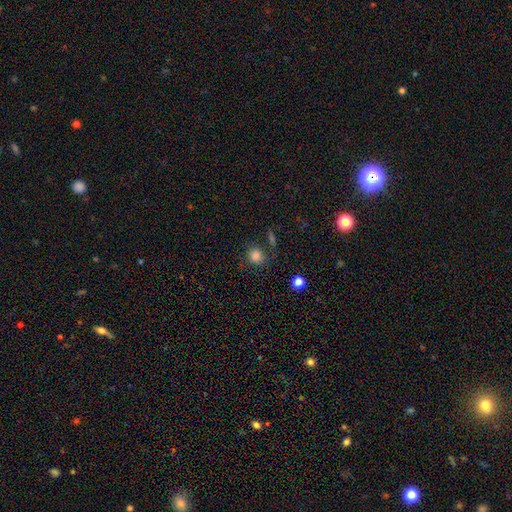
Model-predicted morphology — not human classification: Smooth or featured: smooth — 80% (star or artifact — 14%)
How rounded: round — 76% (in between — 23%)
Merging: none — 70% (minor disturbance — 17%)